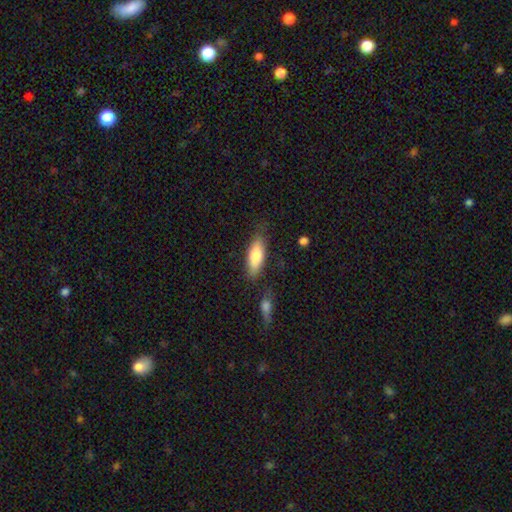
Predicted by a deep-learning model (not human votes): Smooth or featured? smooth (78%)
How rounded? in between (65%)
Merging? none (74%)